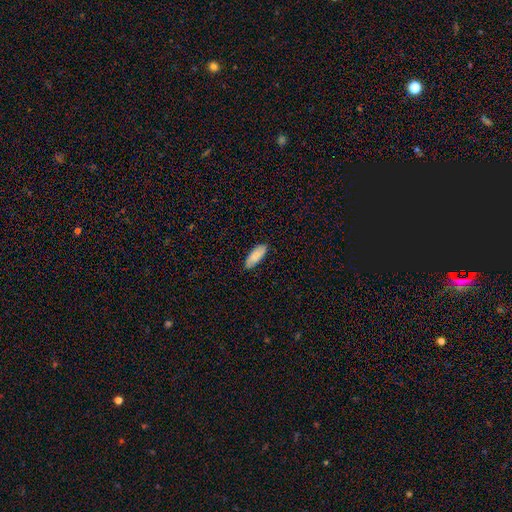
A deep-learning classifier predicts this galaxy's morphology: smooth 81%, featured or disk 13%, star or artifact 6%. Down the decision tree: how rounded — in between (75%); merging — none (85%).